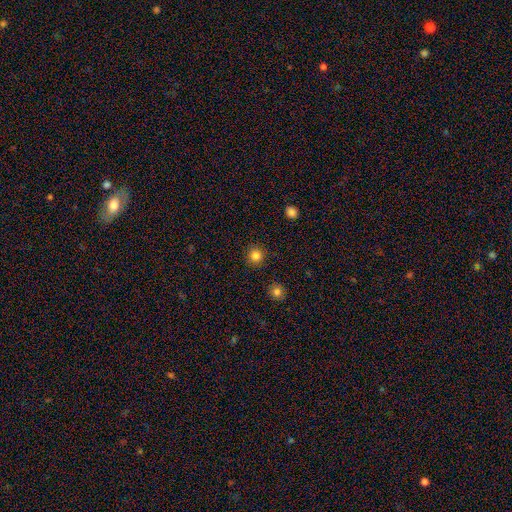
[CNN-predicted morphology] Smooth or featured: smooth — 84% (star or artifact — 12%)
How rounded: round — 94% (in between — 5%)
Merging: none — 92% (minor disturbance — 5%)